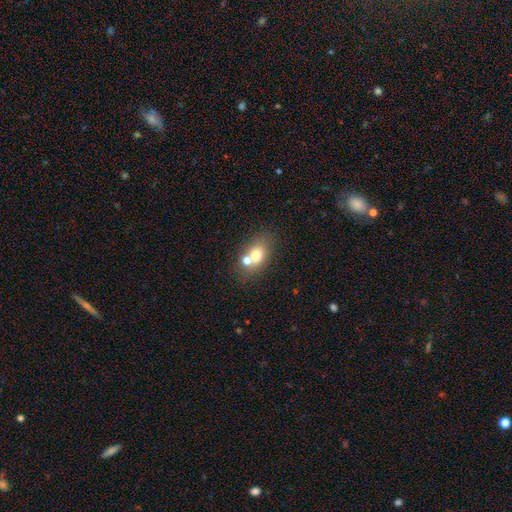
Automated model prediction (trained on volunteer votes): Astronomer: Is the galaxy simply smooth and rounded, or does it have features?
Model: smooth — 68%.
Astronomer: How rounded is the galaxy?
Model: in between — 68%.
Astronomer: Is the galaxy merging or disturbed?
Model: none — 50% (runner-up: merger, 36%).